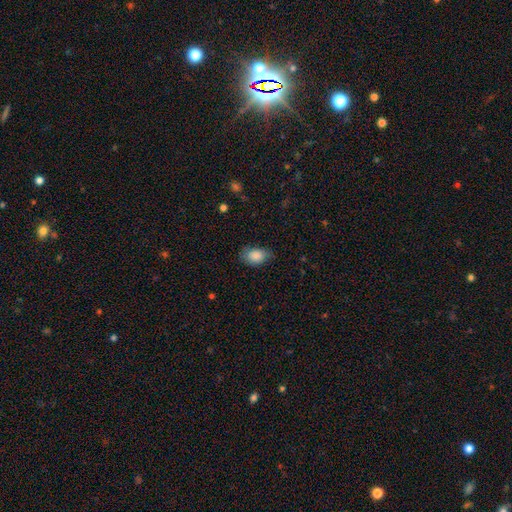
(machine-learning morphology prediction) type=smooth (85%); roundness=in between (84%); merging=none (64%).